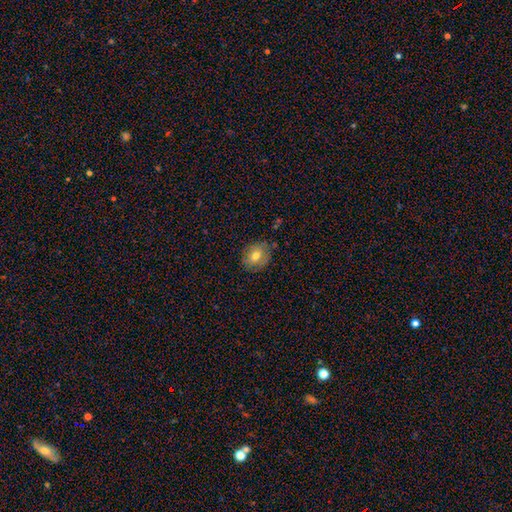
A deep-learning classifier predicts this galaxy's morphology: A smooth galaxy with no disk features (70%) that is round (53%).

Vote fractions:
- Smooth or featured? smooth: 70% / featured or disk: 20% / star or artifact: 9%
- How rounded? round: 53% / in between: 46% / cigar-shaped: 1%
- Merging? none: 76% / minor disturbance: 18% / major disturbance: 4% / merger: 2%